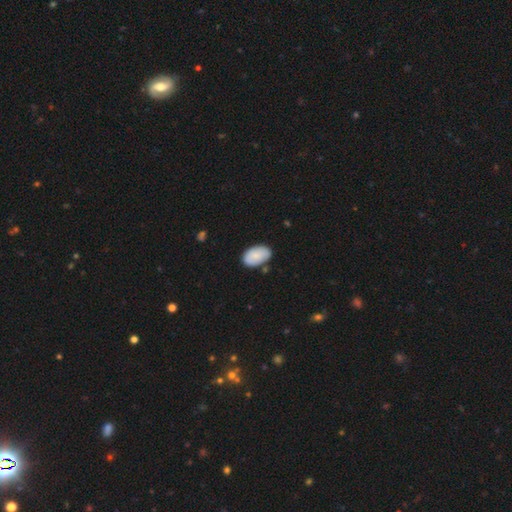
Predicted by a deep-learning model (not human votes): Q: Smooth or featured?
A: smooth (83%); runner-up: featured or disk (12%)
Q: How rounded?
A: in between (94%); runner-up: round (5%)
Q: Merging?
A: none (76%); runner-up: minor disturbance (17%)